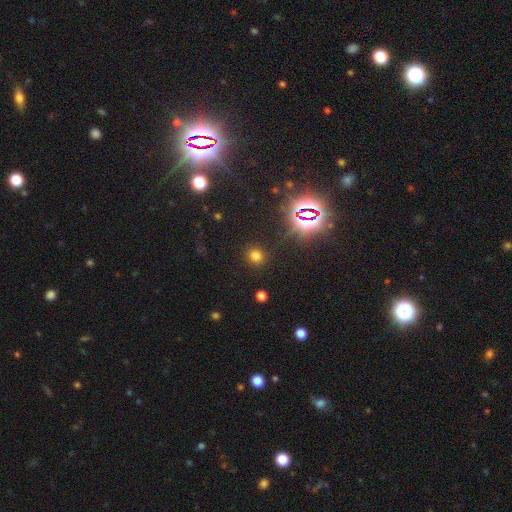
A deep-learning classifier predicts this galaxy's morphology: Smooth or featured?
  - smooth: 69% *
  - star or artifact: 25%
  - featured or disk: 6%
How rounded?
  - round: 87% *
  - in between: 12%
  - cigar-shaped: 1%
Merging?
  - none: 89% *
  - minor disturbance: 6%
  - major disturbance: 3%
  - merger: 2%